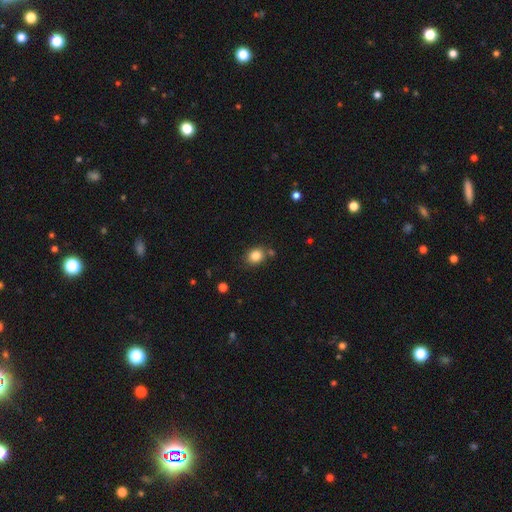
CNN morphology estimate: A smooth galaxy with no disk features (84%) that is round (61%).

Vote fractions:
- Smooth or featured? smooth: 84% / star or artifact: 11% / featured or disk: 6%
- How rounded? round: 61% / in between: 38% / cigar-shaped: 1%
- Merging? none: 77% / minor disturbance: 12% / merger: 7% / major disturbance: 3%